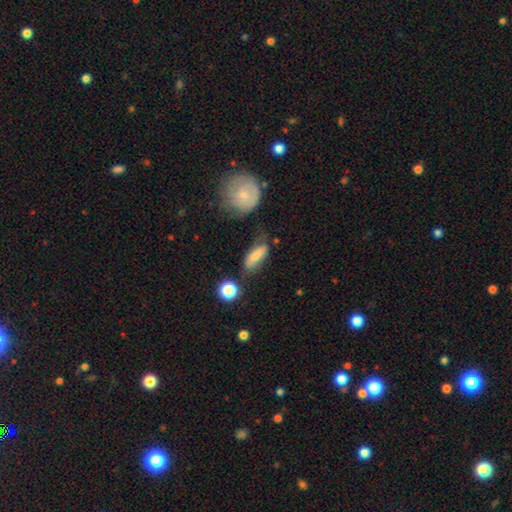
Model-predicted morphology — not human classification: This is likely a smooth galaxy (66%). How rounded: likely in between (65%). Merging: possibly none (52%).